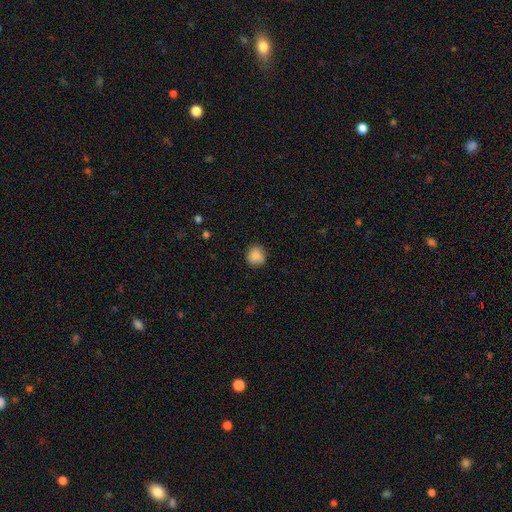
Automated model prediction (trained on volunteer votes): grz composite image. It shows a smooth galaxy with no disk features (86%) that is round (84%). Merging: none (81%).